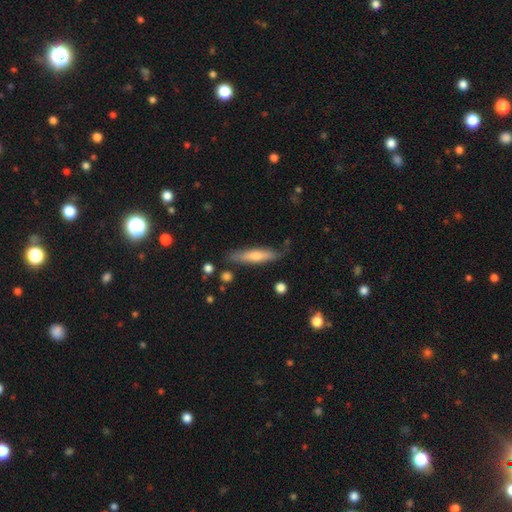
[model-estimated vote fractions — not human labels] A smooth galaxy with no disk features (46%). Merging: none (79%).